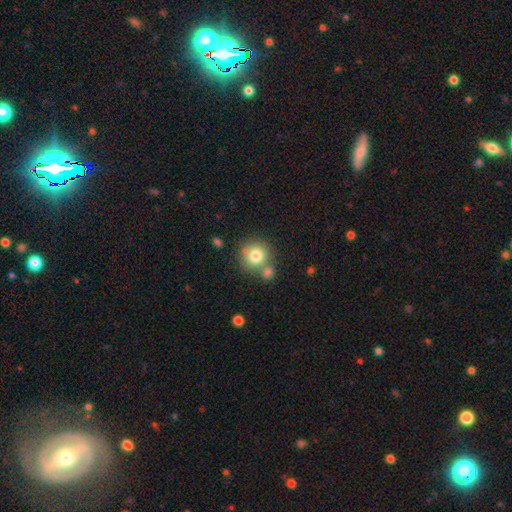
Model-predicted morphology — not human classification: Smooth or featured?
  - smooth: 77% *
  - featured or disk: 12%
  - star or artifact: 10%
How rounded?
  - round: 89% *
  - in between: 10%
  - cigar-shaped: 1%
Merging?
  - none: 59% *
  - merger: 26%
  - minor disturbance: 10%
  - major disturbance: 4%